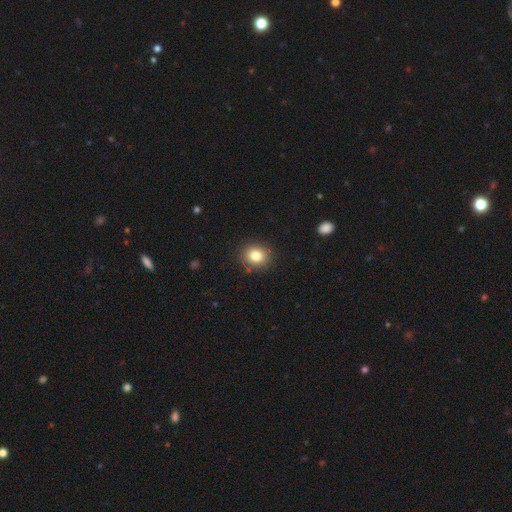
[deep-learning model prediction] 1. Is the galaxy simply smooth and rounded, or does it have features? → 82% smooth, 11% star or artifact, 7% featured or disk.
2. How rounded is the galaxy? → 74% round, 25% in between, 1% cigar-shaped.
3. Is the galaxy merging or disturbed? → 88% none, 8% minor disturbance, 2% major disturbance, 2% merger.